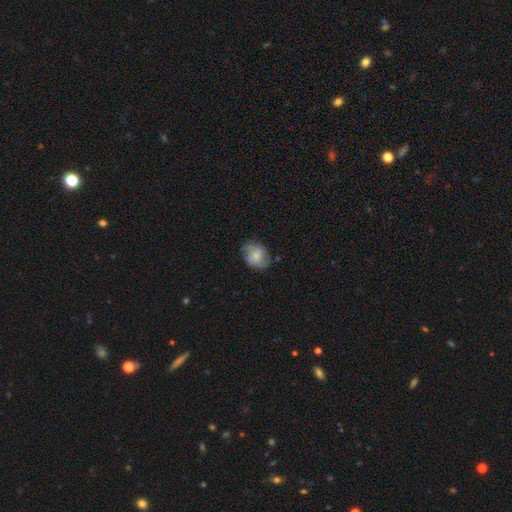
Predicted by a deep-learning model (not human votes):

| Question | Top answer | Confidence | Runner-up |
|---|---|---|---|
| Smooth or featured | smooth | 70% | featured or disk (22%) |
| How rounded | in between | 61% | round (38%) |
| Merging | none | 64% | minor disturbance (27%) |